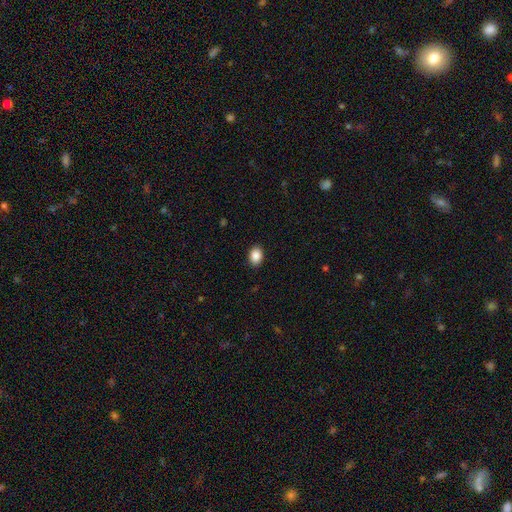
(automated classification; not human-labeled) Smooth or featured? smooth (89%)
How rounded? in between (74%)
Merging? none (90%)